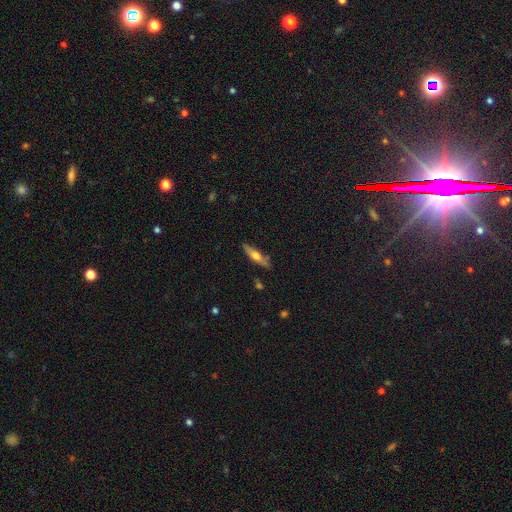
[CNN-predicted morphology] This appears to be a featured or disk galaxy (48%). Merging: none (82%).